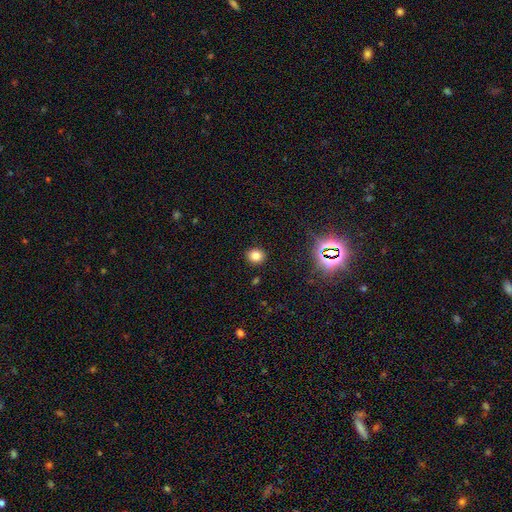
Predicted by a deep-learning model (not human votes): Morphology: type=smooth (78%); roundness=round (77%); merging=none (90%).